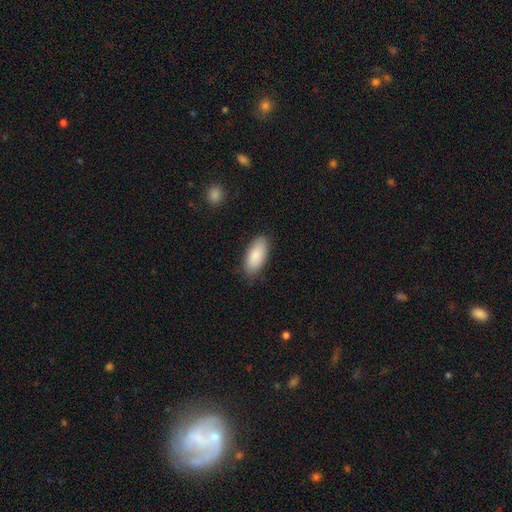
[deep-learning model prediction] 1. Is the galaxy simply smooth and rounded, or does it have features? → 88% smooth, 7% featured or disk, 6% star or artifact.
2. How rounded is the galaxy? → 87% in between, 11% cigar-shaped, 2% round.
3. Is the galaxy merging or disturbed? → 82% none, 14% minor disturbance, 3% major disturbance, 1% merger.